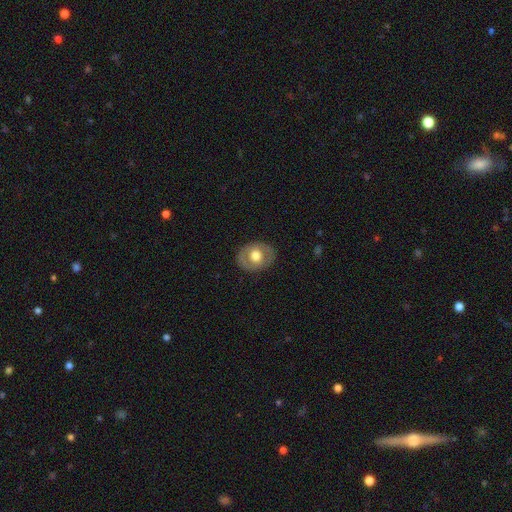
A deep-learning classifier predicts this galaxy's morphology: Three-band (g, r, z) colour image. It shows a smooth galaxy with no disk features (56%) that is in between round and cigar-shaped (50%). Merging: none (84%).